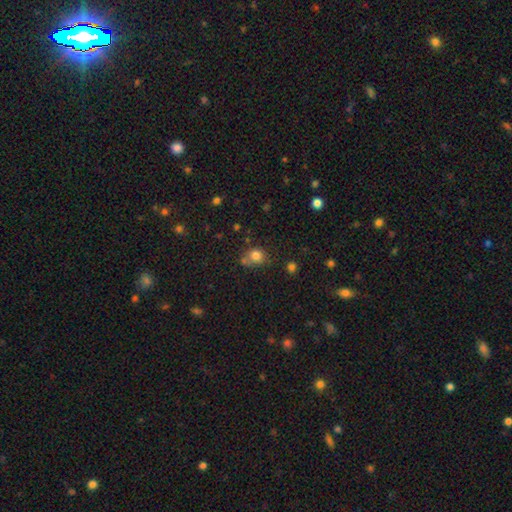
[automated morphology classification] type=smooth (80%); roundness=round (76%); merging=none (56%).